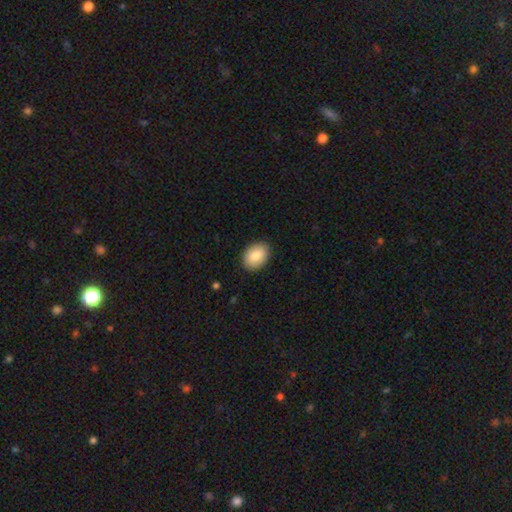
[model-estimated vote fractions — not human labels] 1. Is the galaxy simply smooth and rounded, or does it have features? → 86% smooth, 8% featured or disk, 6% star or artifact.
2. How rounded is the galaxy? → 80% in between, 19% round, 1% cigar-shaped.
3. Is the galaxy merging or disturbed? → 89% none, 8% minor disturbance, 2% major disturbance, 1% merger.